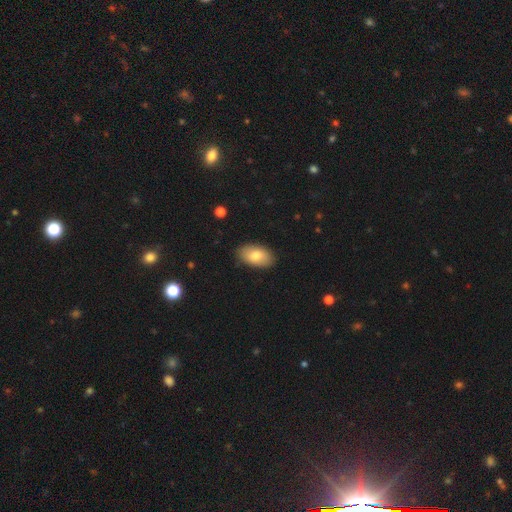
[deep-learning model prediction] Smooth or featured? Predicted: smooth (p=0.80). How rounded? Predicted: in between (p=0.94). Merging? Predicted: none (p=0.88).